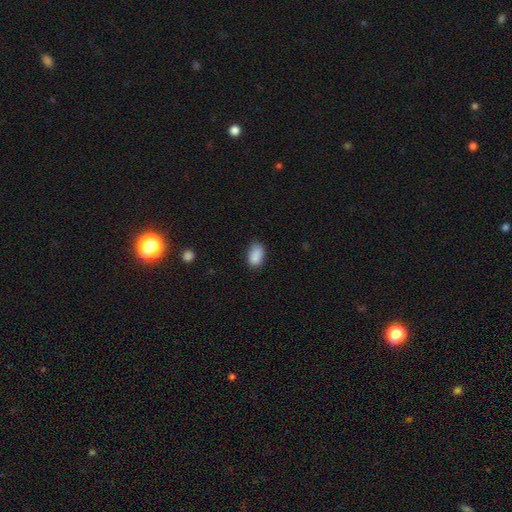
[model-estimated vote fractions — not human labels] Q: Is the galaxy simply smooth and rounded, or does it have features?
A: smooth — 89%.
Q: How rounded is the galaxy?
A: in between — 91%.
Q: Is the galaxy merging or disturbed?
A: none — 79%.